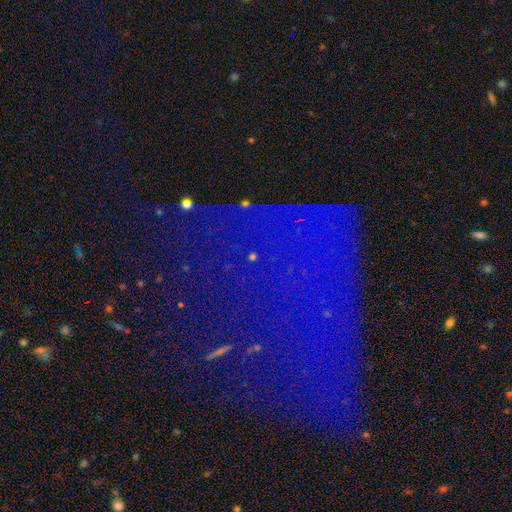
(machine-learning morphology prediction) This is likely a star or artifact rather than a galaxy (69%).